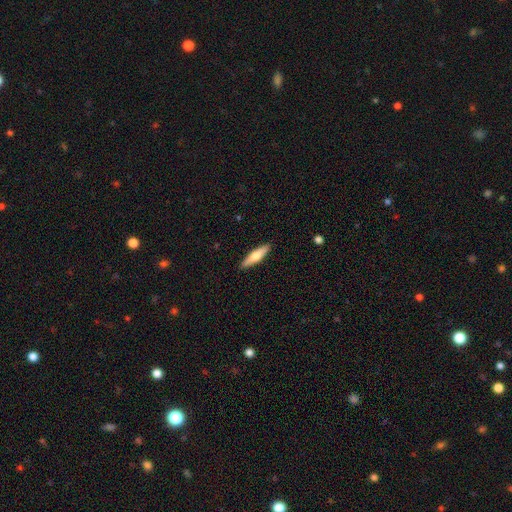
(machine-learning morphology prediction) Smooth or featured? smooth (58%)
How rounded? cigar-shaped (76%)
Merging? none (90%)